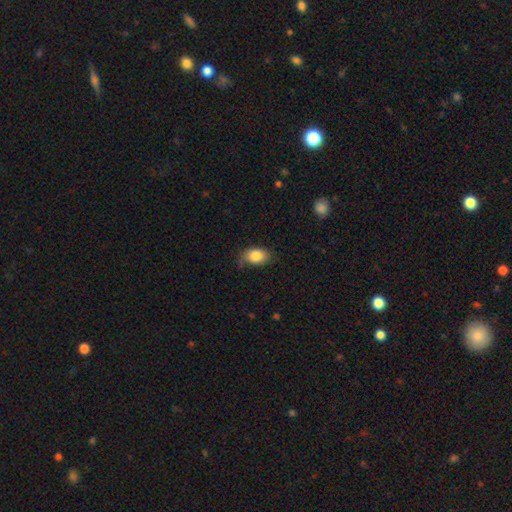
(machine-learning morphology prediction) Q: Smooth or featured?
A: smooth (85%); runner-up: featured or disk (8%)
Q: How rounded?
A: in between (87%); runner-up: round (12%)
Q: Merging?
A: none (64%); runner-up: minor disturbance (27%)